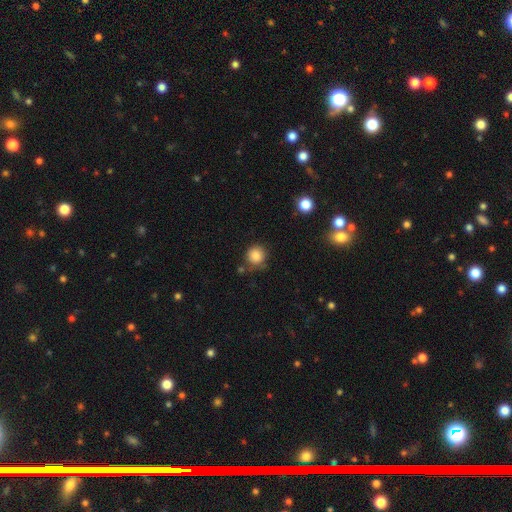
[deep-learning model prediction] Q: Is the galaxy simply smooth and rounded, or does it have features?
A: smooth — 85%.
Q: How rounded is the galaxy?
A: round — 92%.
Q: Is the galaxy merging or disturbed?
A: none — 74%.